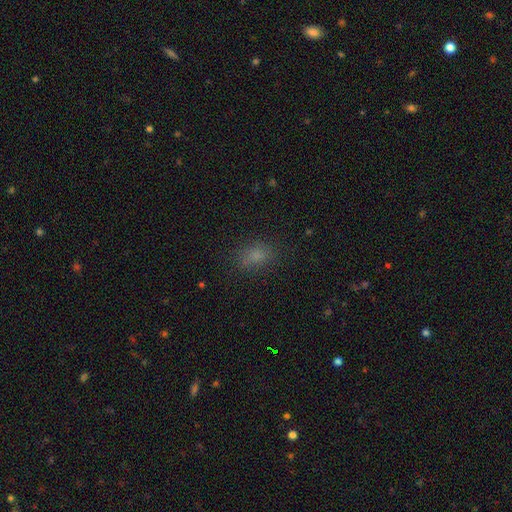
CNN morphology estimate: Smooth or featured? Predicted: smooth (p=0.75). How rounded? Predicted: in between (p=0.67). Merging? Predicted: none (p=0.79).